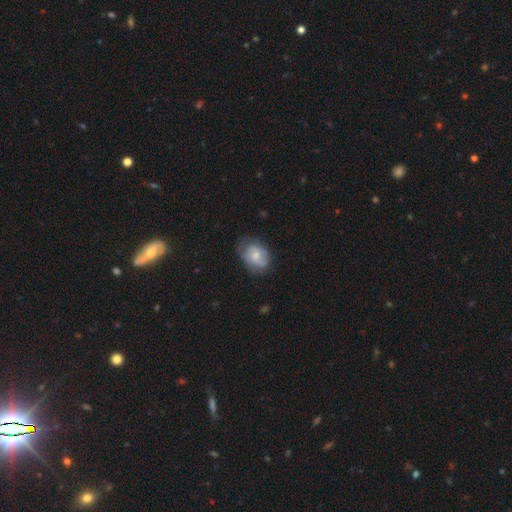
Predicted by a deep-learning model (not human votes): Smooth or featured: smooth — 58% (featured or disk — 35%)
How rounded: in between — 65% (round — 34%)
Merging: none — 61% (minor disturbance — 28%)